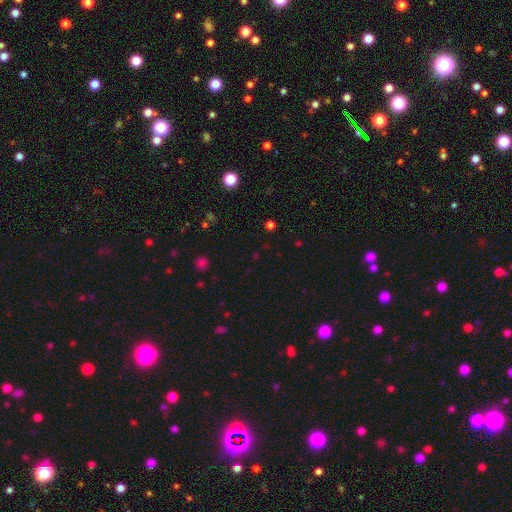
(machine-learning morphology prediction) type=star or artifact (63%).